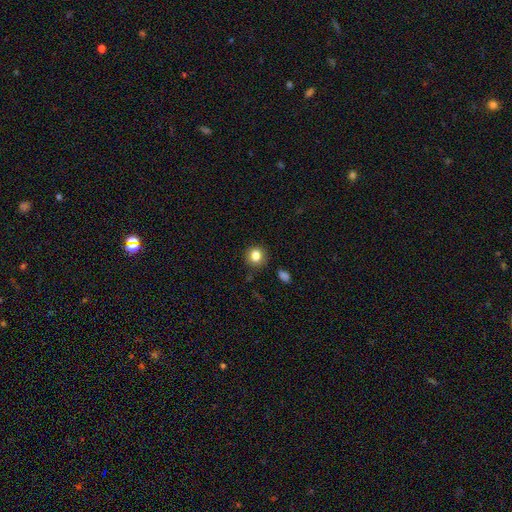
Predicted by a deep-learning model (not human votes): Smooth or featured: smooth — 83% (star or artifact — 11%)
How rounded: round — 84% (in between — 15%)
Merging: none — 86% (minor disturbance — 9%)